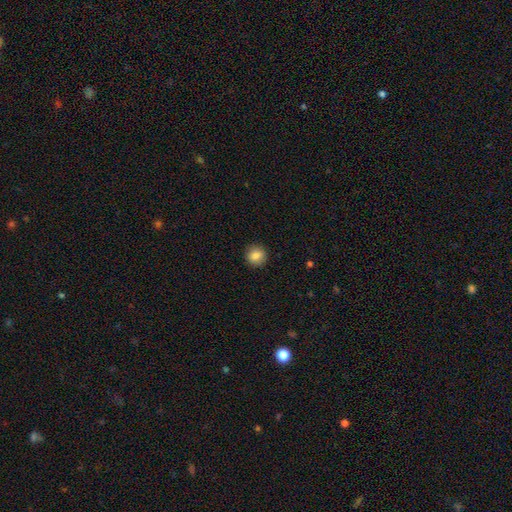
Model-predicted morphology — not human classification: Overall: smooth (86%). How rounded: round (90%). Merging: none (91%).